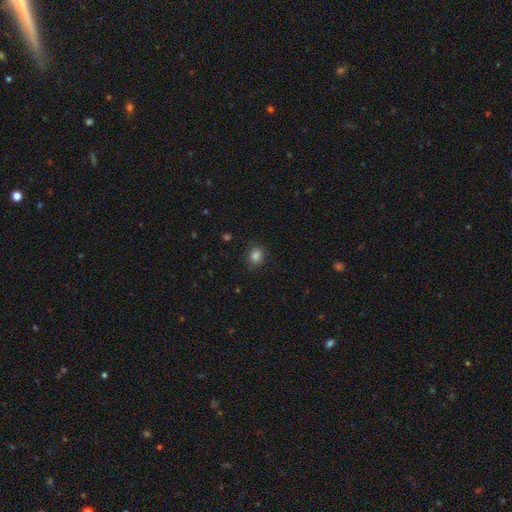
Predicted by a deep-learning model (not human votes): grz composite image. It shows a smooth galaxy with no disk features (84%) that is round (65%). Merging: none (85%).